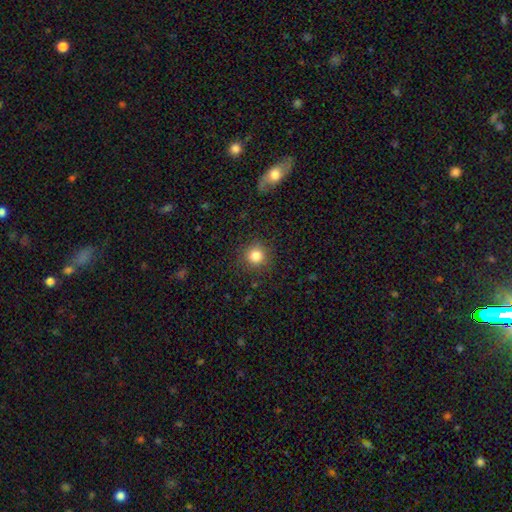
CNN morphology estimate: A smooth galaxy with no disk features (83%) that is round (94%). Merging: none (90%).